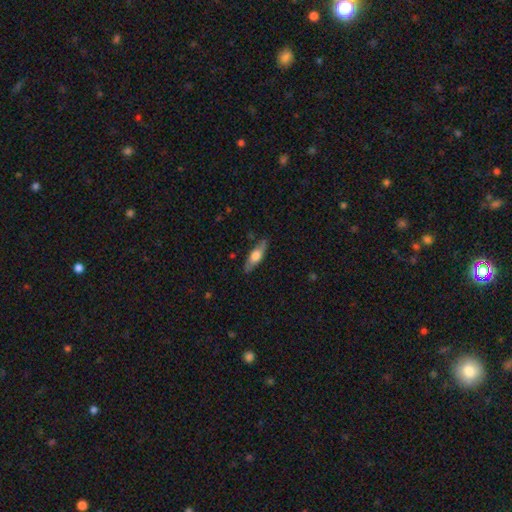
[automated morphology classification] Smooth or featured? smooth (50%)
How rounded? cigar-shaped (55%)
Merging? none (84%)